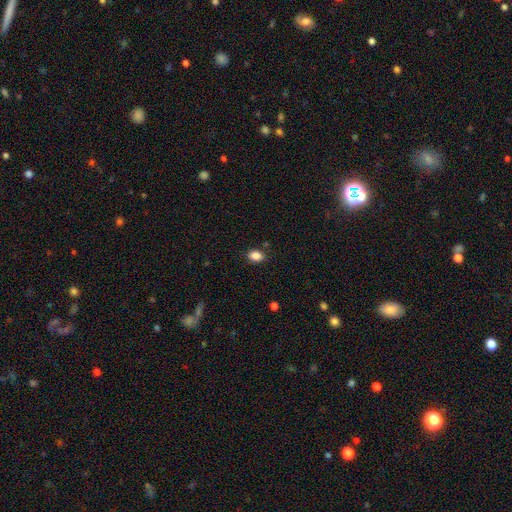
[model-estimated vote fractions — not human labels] This appears to be a smooth galaxy with no disk features (87%) that is in between round and cigar-shaped (79%). Merging: none (85%).